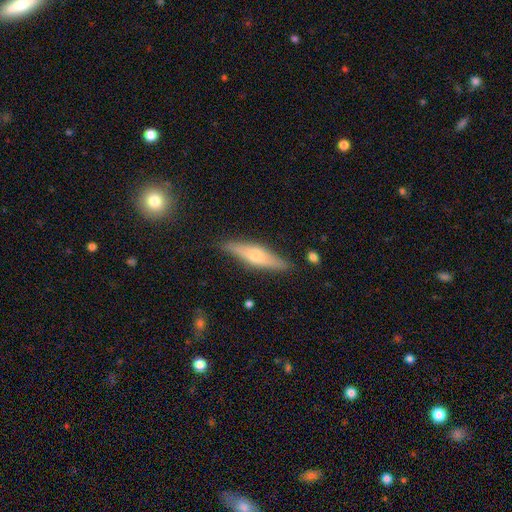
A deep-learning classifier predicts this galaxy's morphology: Q: Smooth or featured?
A: featured or disk (54%); runner-up: smooth (39%)
Q: Edge-on disk?
A: yes (91%); runner-up: no (9%)
Q: Merging?
A: none (84%); runner-up: minor disturbance (12%)